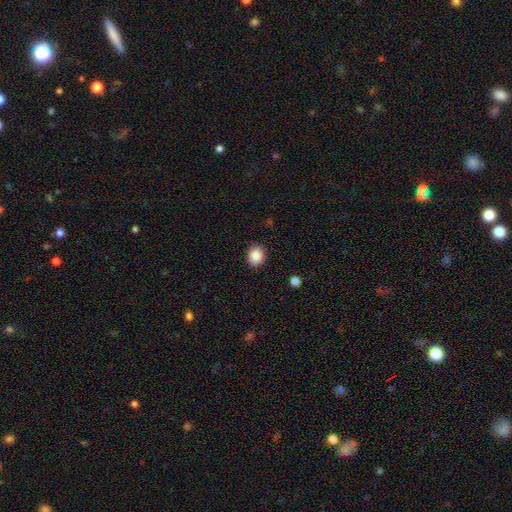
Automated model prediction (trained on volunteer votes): Overall: smooth (88%). How rounded: round (64%; in between 35%). Merging: none (88%).